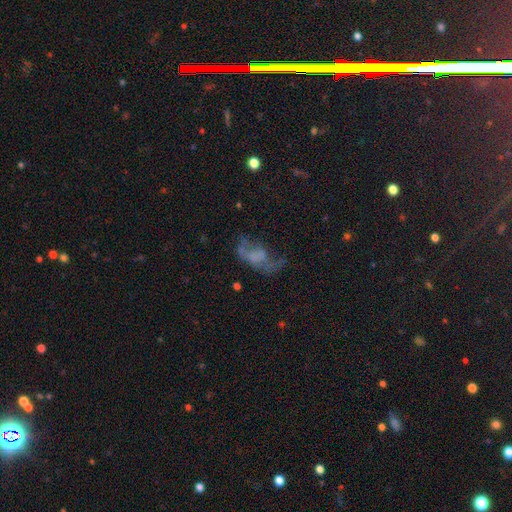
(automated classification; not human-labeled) A featured or disk galaxy (49%). Merging: major disturbance (40%).